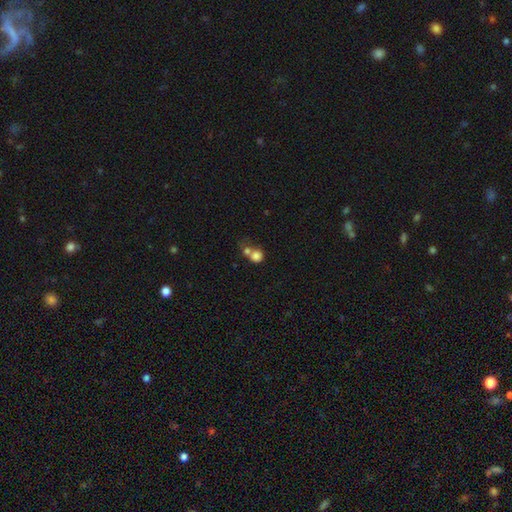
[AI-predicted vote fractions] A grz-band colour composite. It shows a smooth galaxy with no disk features (79%) that is round (82%). Merging: merger (52%).